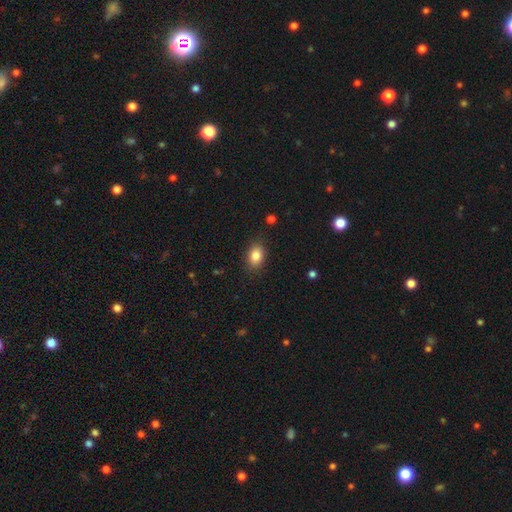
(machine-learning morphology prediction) Smooth or featured: smooth — 85% (star or artifact — 9%)
How rounded: in between — 76% (round — 23%)
Merging: none — 85% (minor disturbance — 11%)